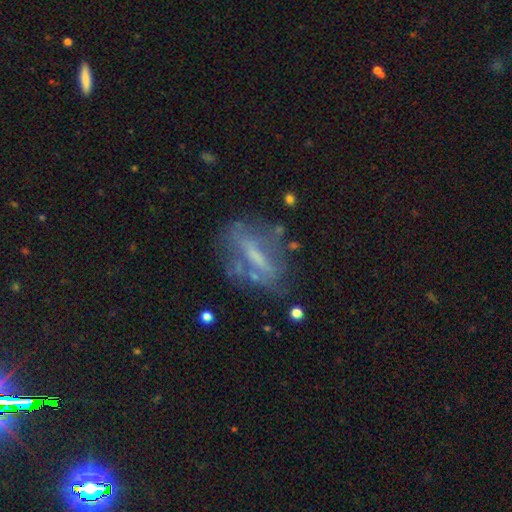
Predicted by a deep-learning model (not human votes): Overall: featured or disk (59%; smooth 30%). Edge-on disk: no (76%). Merging: none (57%; minor disturbance 21%).